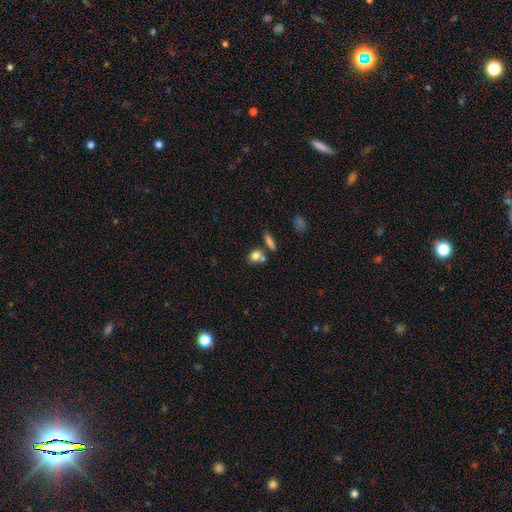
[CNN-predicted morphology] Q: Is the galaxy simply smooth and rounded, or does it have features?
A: smooth — 79%.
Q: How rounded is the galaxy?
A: round — 52%.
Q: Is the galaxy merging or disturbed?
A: none — 54%.